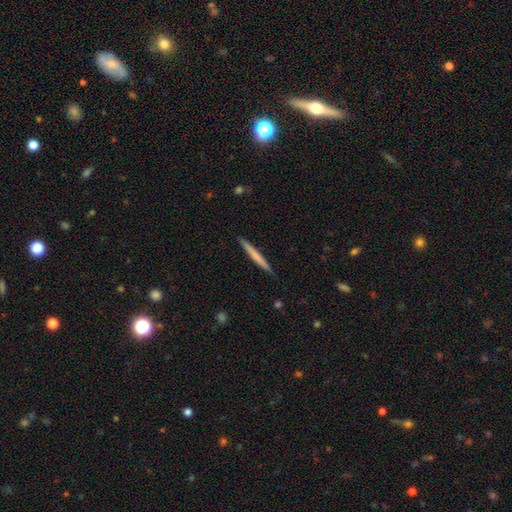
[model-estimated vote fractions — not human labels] Smooth or featured? smooth (61%)
How rounded? cigar-shaped (97%)
Merging? none (89%)